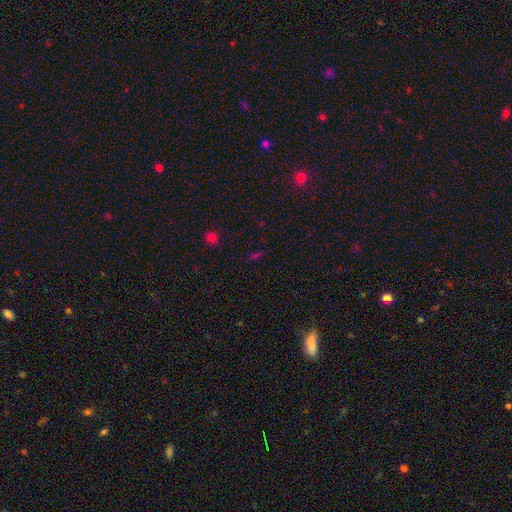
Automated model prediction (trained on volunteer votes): Smooth or featured? Predicted: star or artifact (p=0.56).